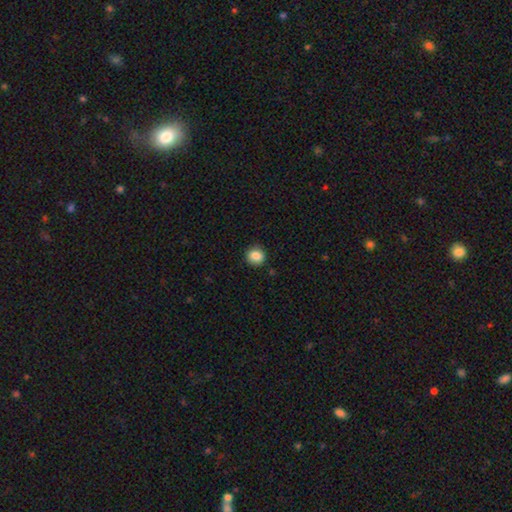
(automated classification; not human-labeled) This is clearly a smooth galaxy (86%). How rounded: clearly round (81%). Merging: clearly none (87%).